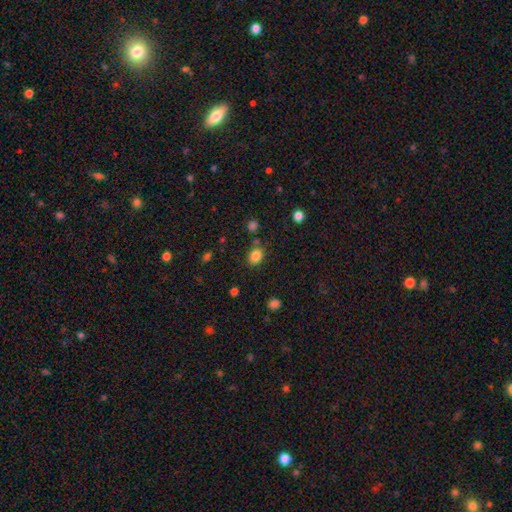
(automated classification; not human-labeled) This appears to be a smooth galaxy with no disk features (84%) that is in between round and cigar-shaped (62%). Merging: none (75%).